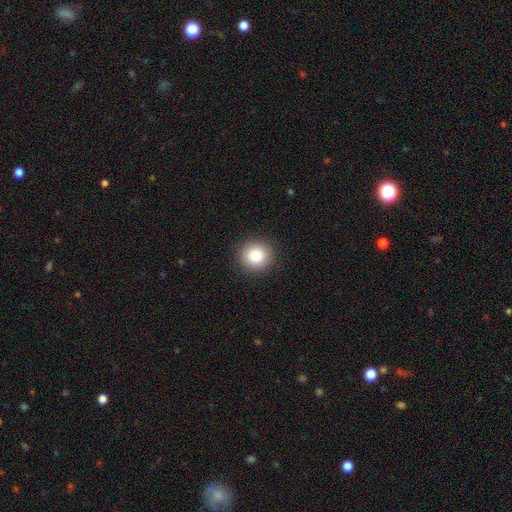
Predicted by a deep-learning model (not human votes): smooth_or_featured: smooth (p=0.85) [alt: star or artifact p=0.09]
how_rounded: round (p=0.92) [alt: in between p=0.07]
merging: none (p=0.92) [alt: minor disturbance p=0.06]